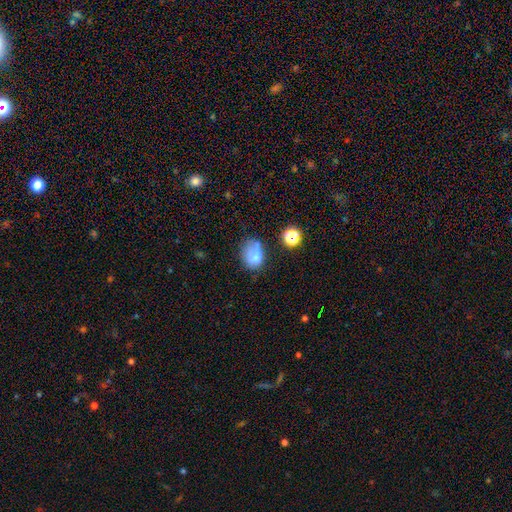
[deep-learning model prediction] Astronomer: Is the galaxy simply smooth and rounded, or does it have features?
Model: smooth — 70%.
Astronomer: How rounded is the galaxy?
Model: in between — 61% (runner-up: round, 38%).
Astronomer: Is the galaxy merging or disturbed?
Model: none — 38% (runner-up: minor disturbance, 30%).